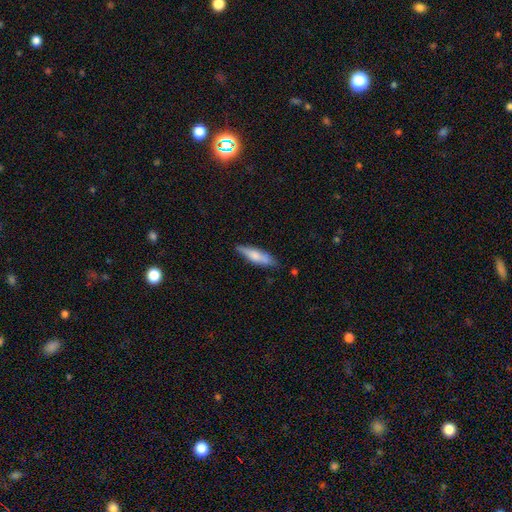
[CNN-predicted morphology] smooth-or-featured: smooth: 66% | featured or disk: 28% | star or artifact: 6%
  how-rounded: cigar-shaped: 64% | in between: 34% | round: 2%
  merging: none: 73% | minor disturbance: 20% | major disturbance: 4% | merger: 3%